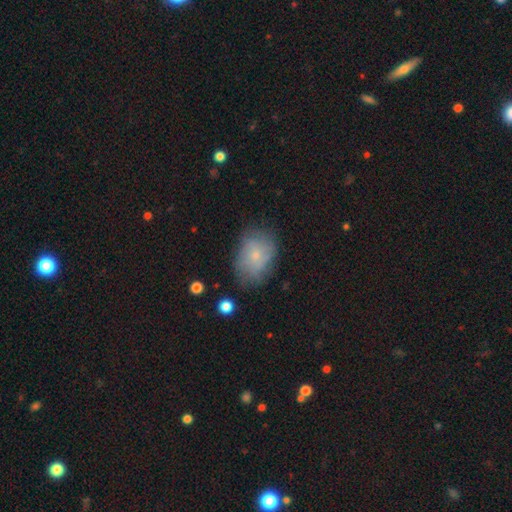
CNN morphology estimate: Q: Smooth or featured?
A: smooth (59%); runner-up: featured or disk (32%)
Q: How rounded?
A: in between (74%); runner-up: round (24%)
Q: Merging?
A: none (66%); runner-up: minor disturbance (24%)